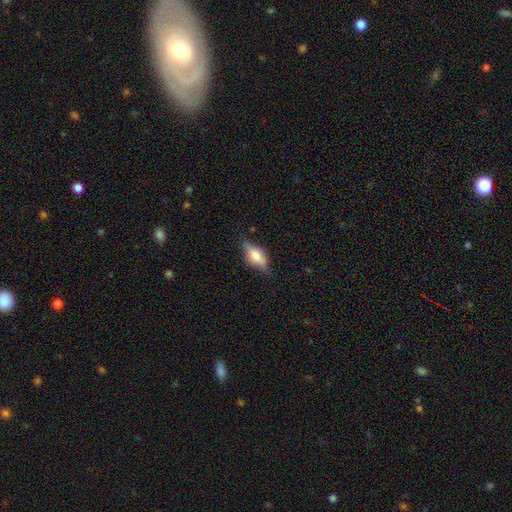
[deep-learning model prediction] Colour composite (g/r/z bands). It shows a smooth galaxy with no disk features (47%). Merging: none (75%).